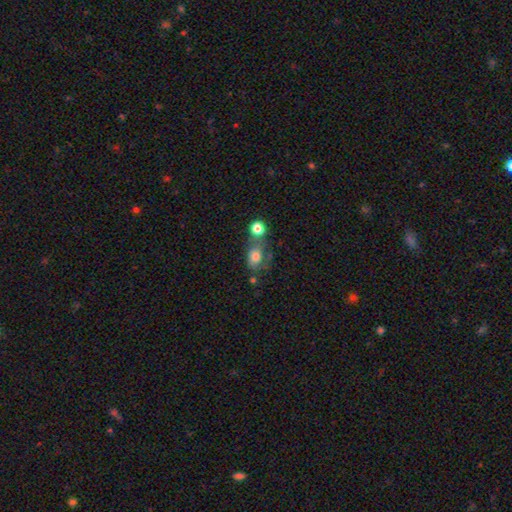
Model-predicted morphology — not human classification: Overall: smooth (71%). How rounded: in between (63%; round 35%). Merging: none (35%; merger 32%).